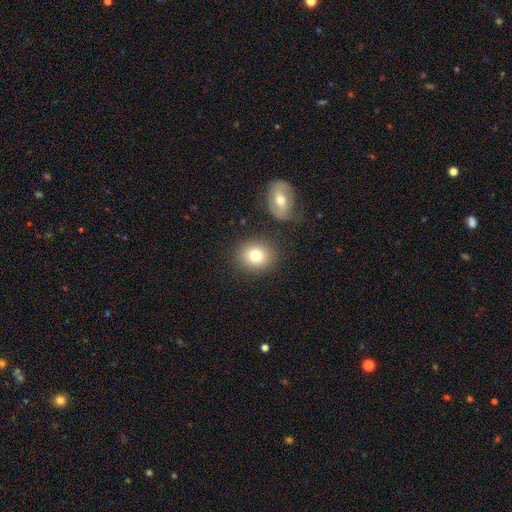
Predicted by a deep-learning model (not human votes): This is likely a smooth galaxy (79%). How rounded: likely round (72%). Merging: clearly none (81%).